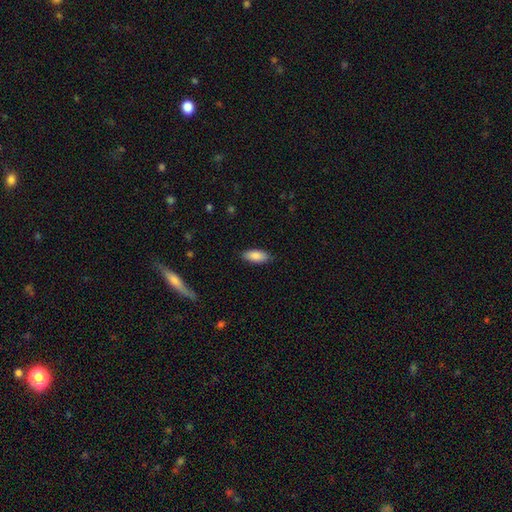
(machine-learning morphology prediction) A smooth galaxy with no disk features (88%) that is in between round and cigar-shaped (84%).

Vote fractions:
- Smooth or featured? smooth: 88% / featured or disk: 6% / star or artifact: 6%
- How rounded? in between: 84% / cigar-shaped: 15% / round: 2%
- Merging? none: 87% / minor disturbance: 10% / major disturbance: 2% / merger: 1%